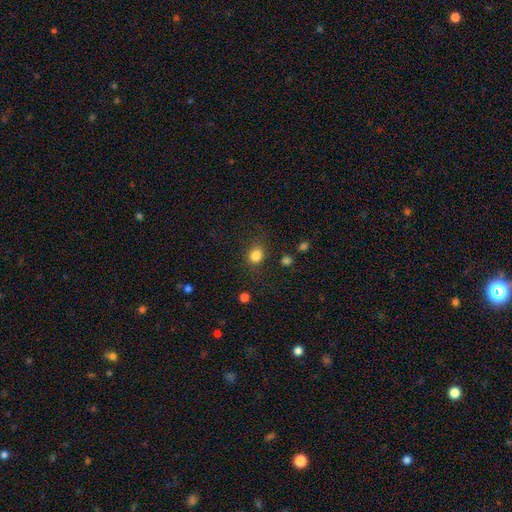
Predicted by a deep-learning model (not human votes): A smooth galaxy with no disk features (83%) that is round (59%). Merging: none (78%).